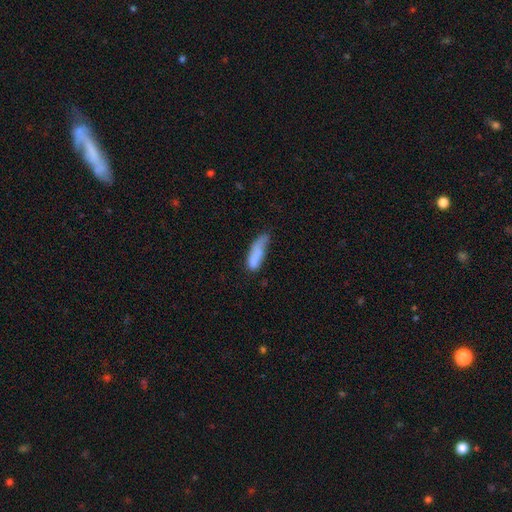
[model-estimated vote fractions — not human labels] A smooth galaxy with no disk features (77%) that is in between round and cigar-shaped (50%).

Vote fractions:
- Smooth or featured? smooth: 77% / featured or disk: 15% / star or artifact: 9%
- How rounded? in between: 50% / cigar-shaped: 47% / round: 3%
- Merging? minor disturbance: 37% / none: 30% / major disturbance: 25% / merger: 8%